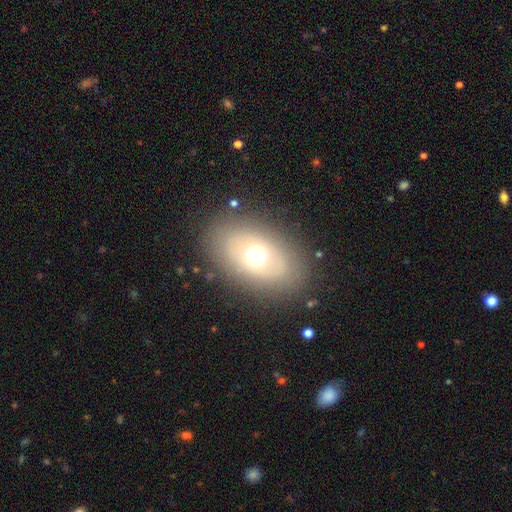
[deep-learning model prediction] Overall: smooth (53%; featured or disk 36%). How rounded: in between (83%). Merging: none (82%).